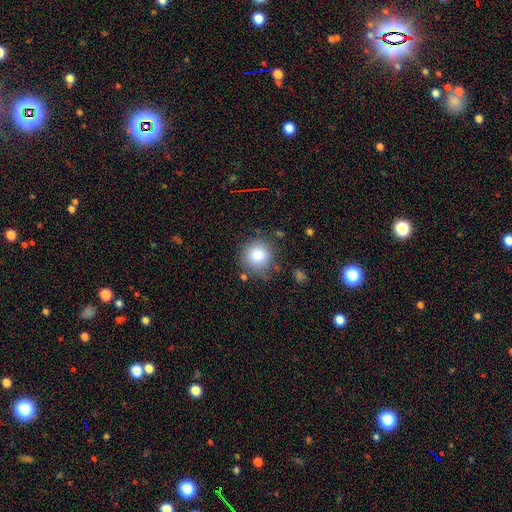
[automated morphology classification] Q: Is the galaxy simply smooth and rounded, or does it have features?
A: smooth — 84%.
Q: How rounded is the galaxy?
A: round — 92%.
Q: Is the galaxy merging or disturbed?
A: none — 78%.